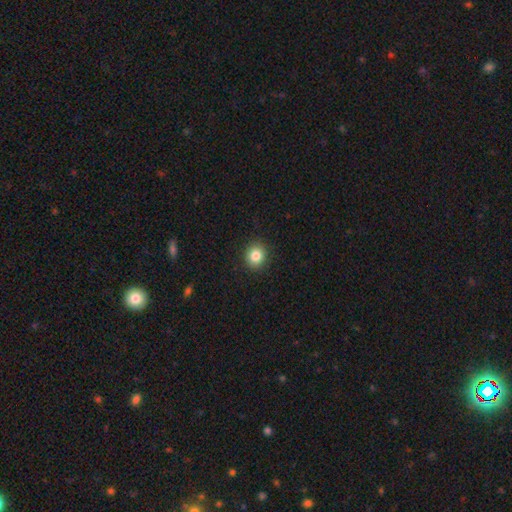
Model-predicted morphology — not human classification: smooth-or-featured: smooth: 84% | star or artifact: 11% | featured or disk: 6%
  how-rounded: round: 81% | in between: 18% | cigar-shaped: 1%
  merging: none: 91% | minor disturbance: 6% | major disturbance: 2% | merger: 1%